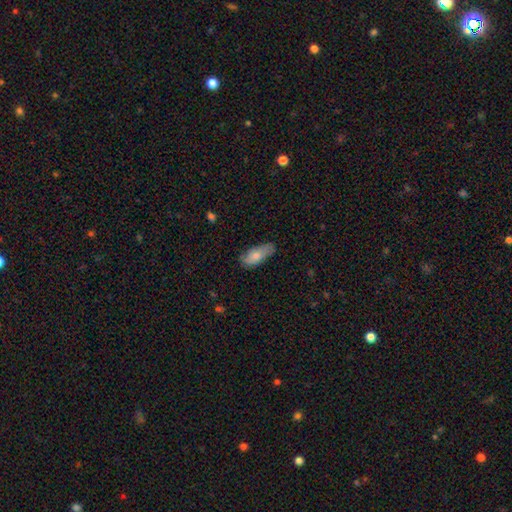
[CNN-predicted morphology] Smooth or featured? smooth (74%)
How rounded? in between (84%)
Merging? none (68%)